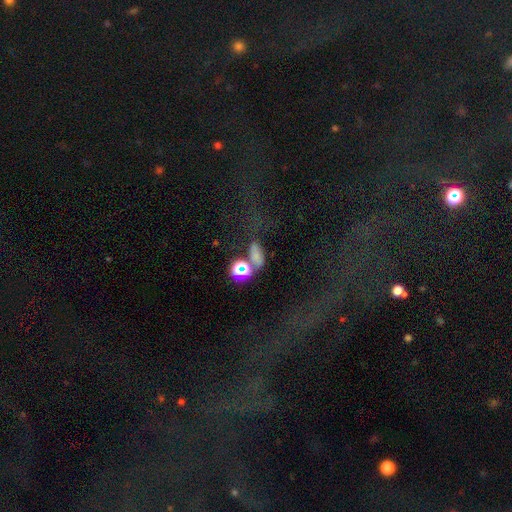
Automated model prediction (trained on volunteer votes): smooth 56%, star or artifact 31%, featured or disk 13%. Down the decision tree: how rounded — in between (70%); merging — none (44%).